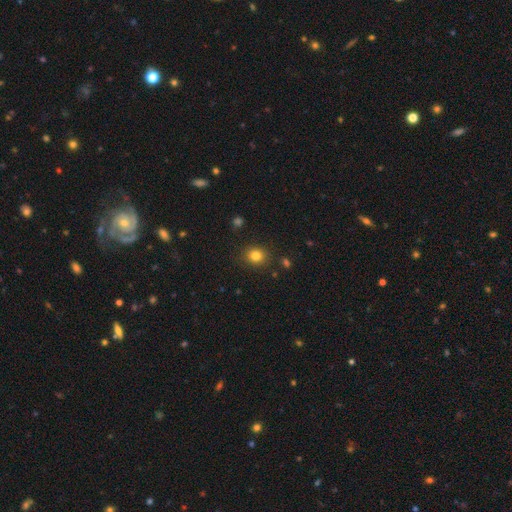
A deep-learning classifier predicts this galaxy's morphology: A smooth galaxy with no disk features (82%) that is round (77%). Merging: none (87%).